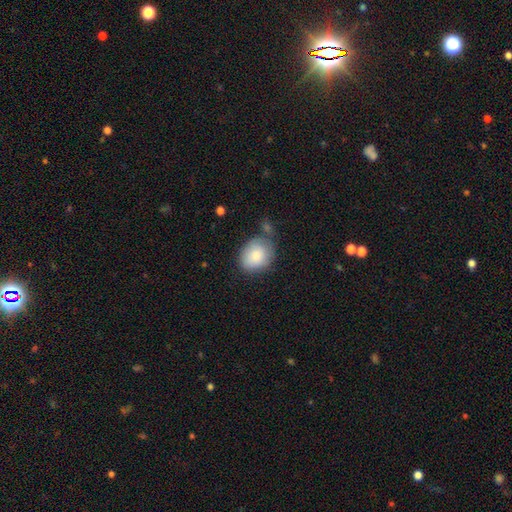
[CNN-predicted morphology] This is clearly a smooth galaxy (85%). How rounded: possibly in between (54%). Merging: possibly none (56%).